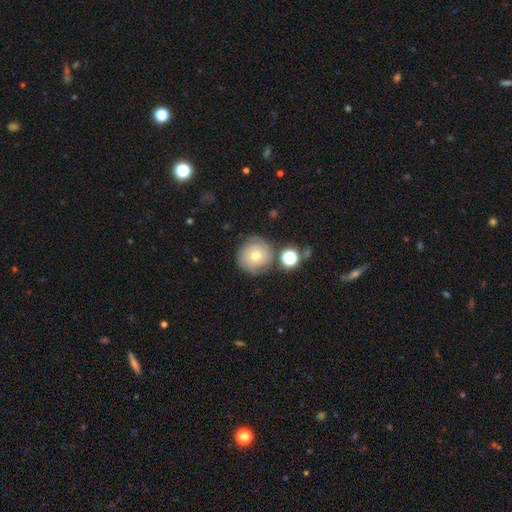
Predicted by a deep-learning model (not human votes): A smooth galaxy with no disk features (58%) that is round (94%).

Vote fractions:
- Smooth or featured? smooth: 58% / featured or disk: 29% / star or artifact: 13%
- How rounded? round: 94% / in between: 6% / cigar-shaped: 1%
- Merging? none: 75% / minor disturbance: 13% / merger: 7% / major disturbance: 4%